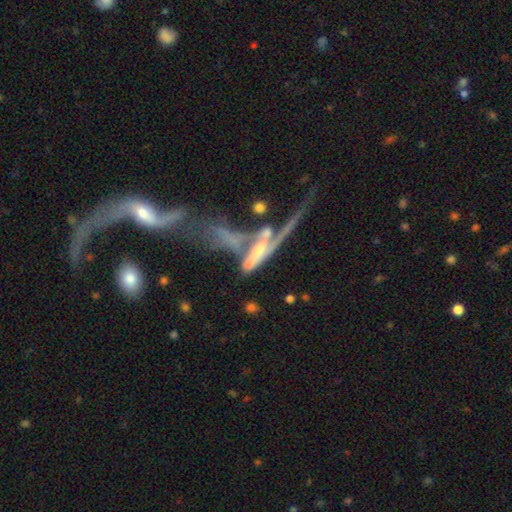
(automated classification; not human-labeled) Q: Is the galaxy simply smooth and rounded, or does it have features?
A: featured or disk — 67%.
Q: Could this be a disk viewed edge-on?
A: no — 57%.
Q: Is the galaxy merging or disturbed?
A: merger — 44%.